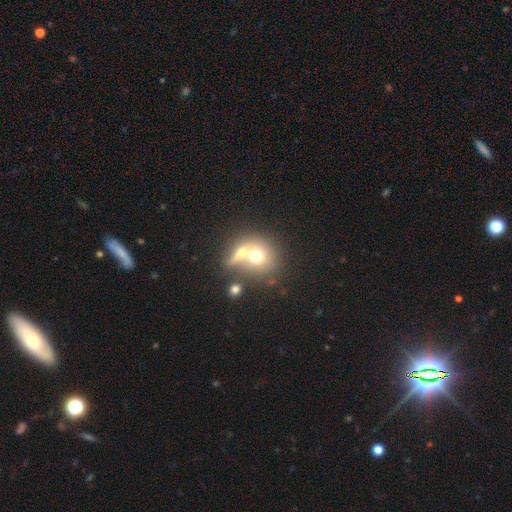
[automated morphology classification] Smooth or featured?
  - smooth: 66% *
  - featured or disk: 24%
  - star or artifact: 11%
How rounded?
  - round: 75% *
  - in between: 23%
  - cigar-shaped: 2%
Merging?
  - merger: 54% *
  - none: 34%
  - minor disturbance: 7%
  - major disturbance: 5%